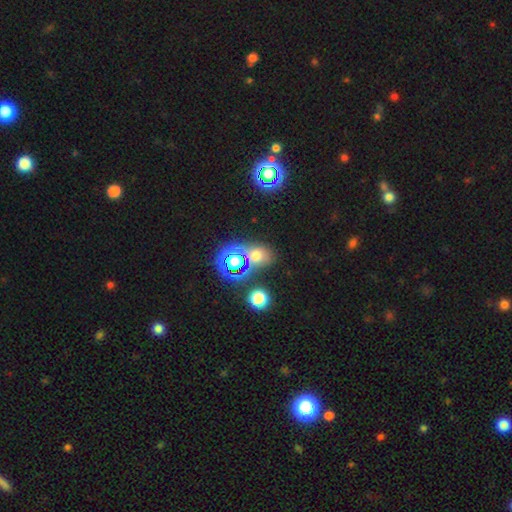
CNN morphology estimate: Smooth or featured?
  - smooth: 50% *
  - star or artifact: 40%
  - featured or disk: 10%
Merging?
  - none: 62% *
  - merger: 19%
  - minor disturbance: 12%
  - major disturbance: 7%